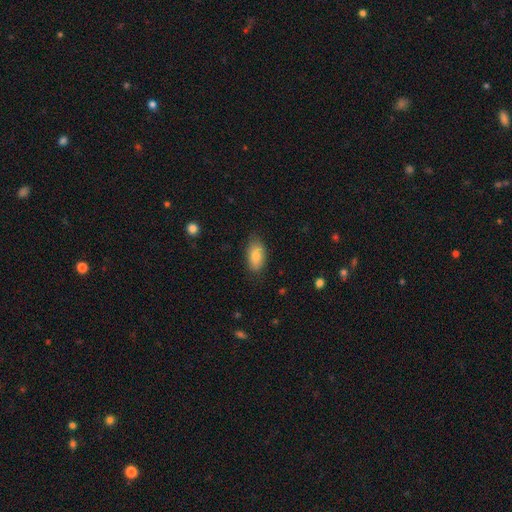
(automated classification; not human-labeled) Smooth or featured? smooth (80%)
How rounded? in between (91%)
Merging? none (79%)